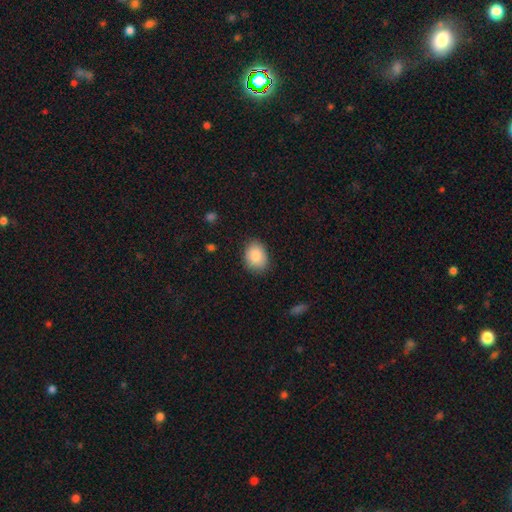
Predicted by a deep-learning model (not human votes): Q: Smooth or featured?
A: smooth (87%); runner-up: star or artifact (7%)
Q: How rounded?
A: in between (64%); runner-up: round (35%)
Q: Merging?
A: none (83%); runner-up: minor disturbance (13%)